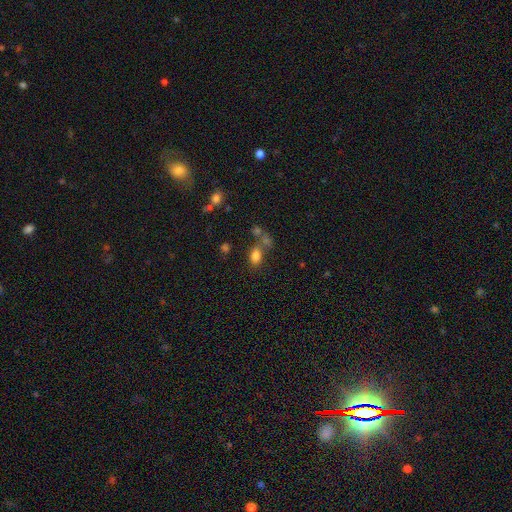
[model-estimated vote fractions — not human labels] This is likely a smooth galaxy (79%). How rounded: clearly in between (83%). Merging: possibly none (56%).